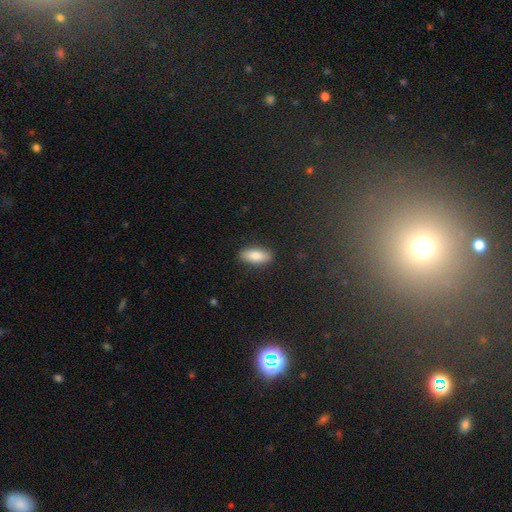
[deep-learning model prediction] Smooth or featured? smooth (84%)
How rounded? in between (83%)
Merging? none (88%)